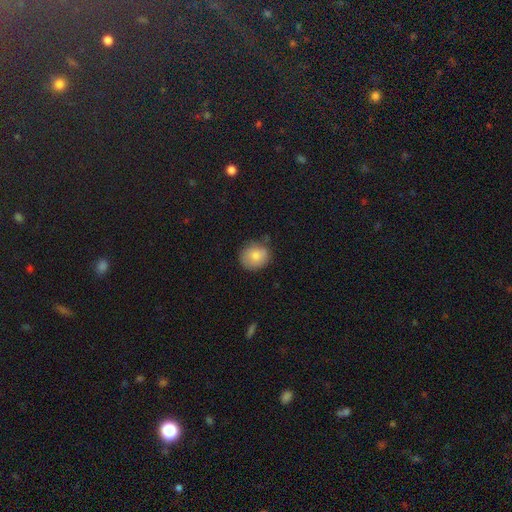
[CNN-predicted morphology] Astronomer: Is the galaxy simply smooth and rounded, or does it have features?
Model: smooth — 83%.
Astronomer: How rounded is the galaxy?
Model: round — 78%.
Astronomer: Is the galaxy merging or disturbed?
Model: none — 72%.